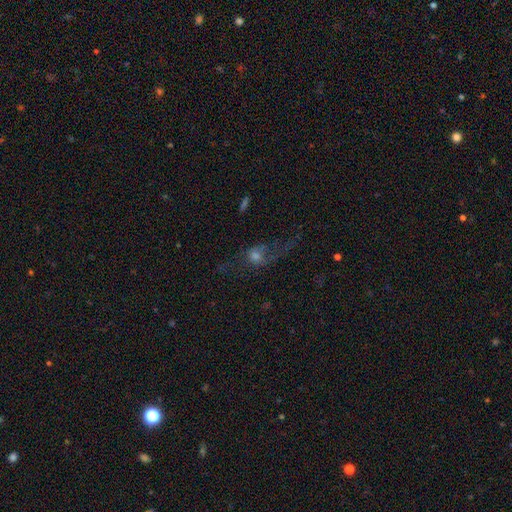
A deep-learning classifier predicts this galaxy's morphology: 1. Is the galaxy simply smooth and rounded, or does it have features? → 46% featured or disk, 34% smooth, 20% star or artifact.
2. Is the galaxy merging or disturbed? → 44% major disturbance, 36% none, 15% minor disturbance, 5% merger.